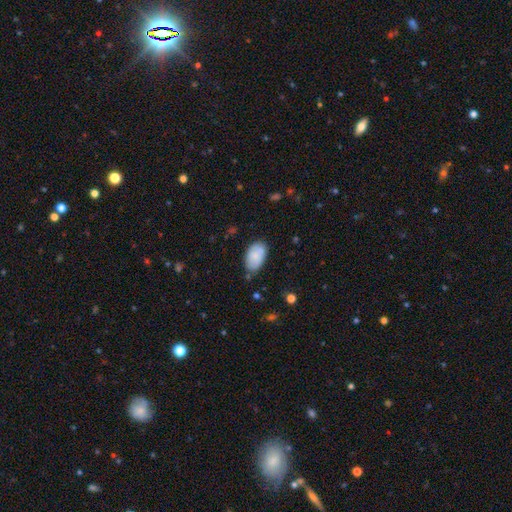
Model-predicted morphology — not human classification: Overall: smooth (81%). How rounded: in between (94%). Merging: none (70%).